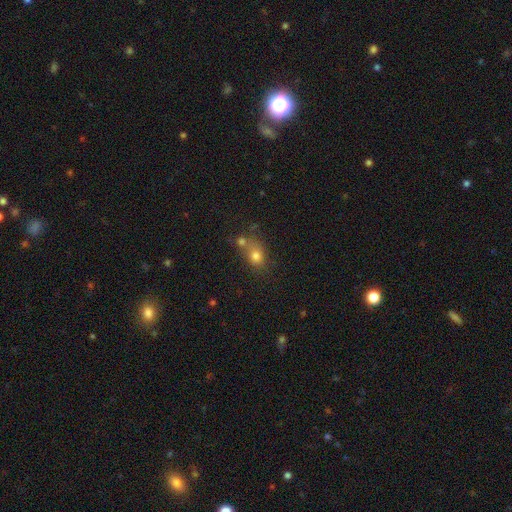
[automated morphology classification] The model was most divided on "how rounded": round: 51%, in between: 47%, cigar-shaped: 2%. Remaining: smooth or featured — smooth (75%); merging — none (45%).